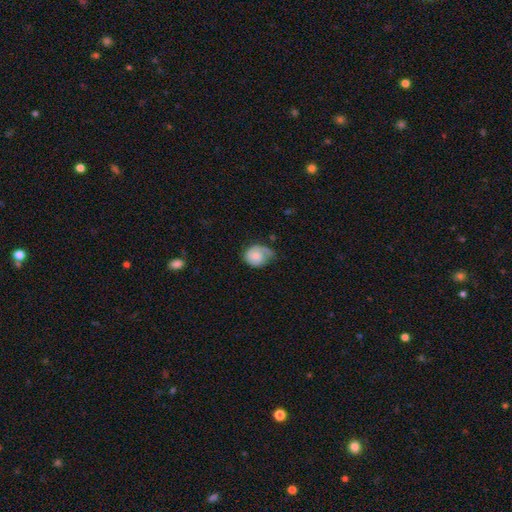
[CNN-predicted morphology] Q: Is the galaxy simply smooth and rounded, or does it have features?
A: smooth — 47%.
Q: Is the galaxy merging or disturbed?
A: none — 39%.